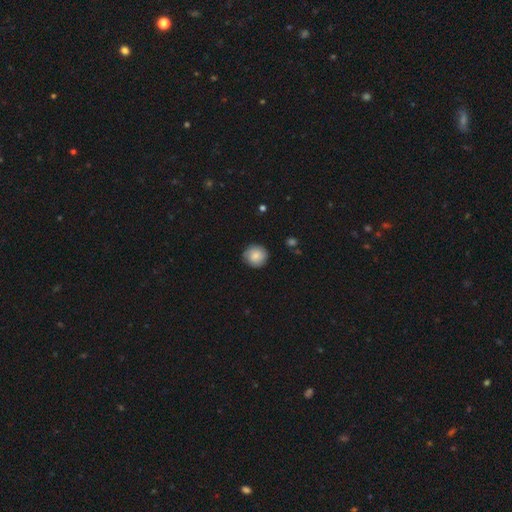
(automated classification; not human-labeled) Smooth or featured? smooth (86%)
How rounded? round (94%)
Merging? none (87%)